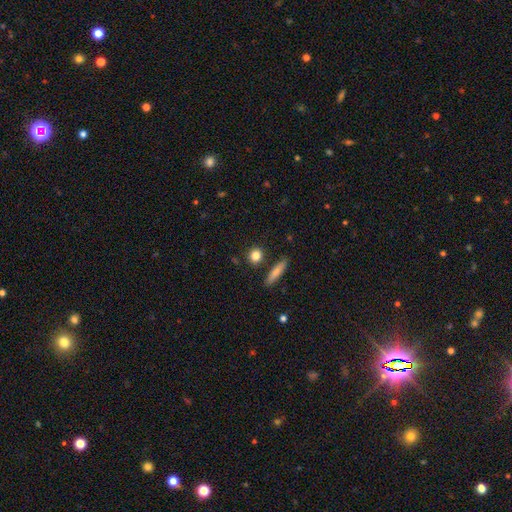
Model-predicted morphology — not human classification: Smooth or featured? smooth (83%)
How rounded? round (74%)
Merging? none (84%)